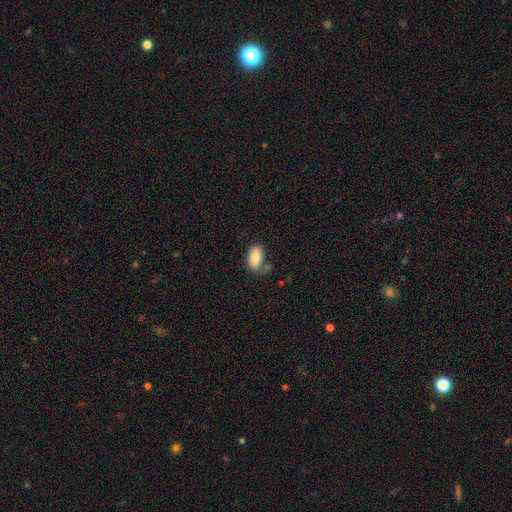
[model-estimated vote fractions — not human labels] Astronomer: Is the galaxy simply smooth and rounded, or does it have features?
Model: smooth — 86%.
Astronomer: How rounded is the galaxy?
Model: in between — 93%.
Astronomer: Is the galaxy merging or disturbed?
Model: none — 65%.